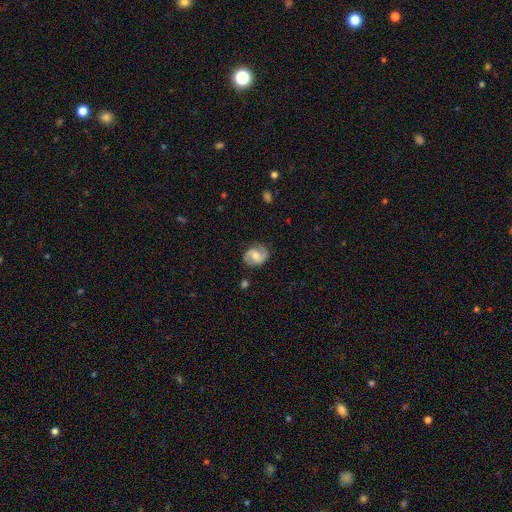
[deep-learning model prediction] A featured or disk galaxy (67%) with no bar (49%), 2 (87%) medium (48%) spiral arms (92%) and a moderate central bulge (60%). Merging: none (78%).